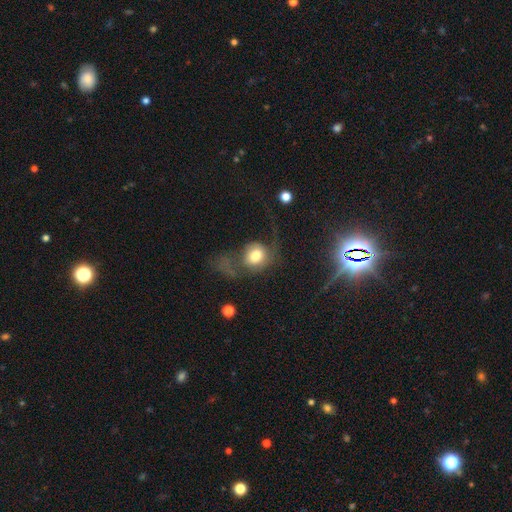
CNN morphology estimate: Q: Smooth or featured?
A: smooth (61%); runner-up: featured or disk (31%)
Q: How rounded?
A: round (67%); runner-up: in between (32%)
Q: Merging?
A: major disturbance (54%); runner-up: none (25%)